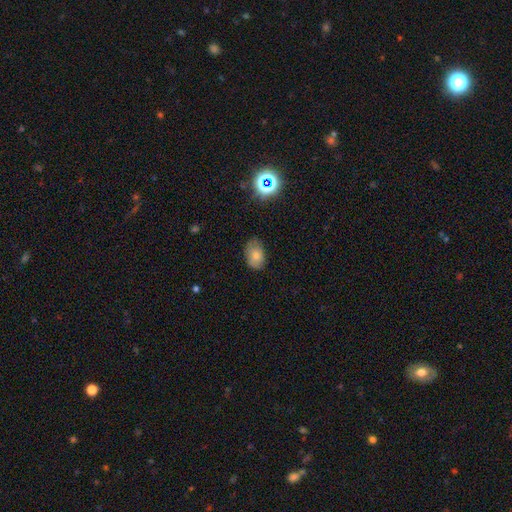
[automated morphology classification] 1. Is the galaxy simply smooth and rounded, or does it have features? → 76% smooth, 12% featured or disk, 12% star or artifact.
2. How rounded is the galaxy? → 84% in between, 15% round, 1% cigar-shaped.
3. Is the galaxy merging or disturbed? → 71% none, 23% minor disturbance, 5% major disturbance, 1% merger.